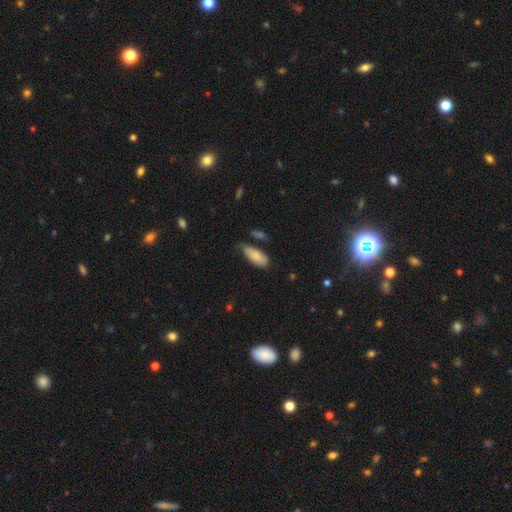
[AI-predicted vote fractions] Morphology: type=smooth (83%); roundness=in between (83%); merging=none (52%).